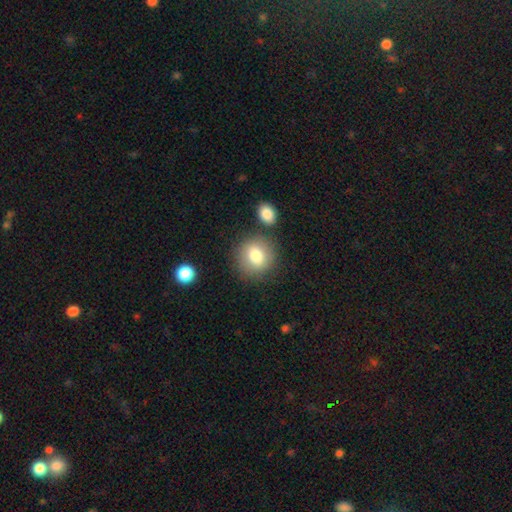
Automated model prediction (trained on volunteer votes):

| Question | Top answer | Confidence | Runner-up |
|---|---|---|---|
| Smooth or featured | smooth | 79% | featured or disk (12%) |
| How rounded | round | 83% | in between (16%) |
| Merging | none | 77% | minor disturbance (11%) |